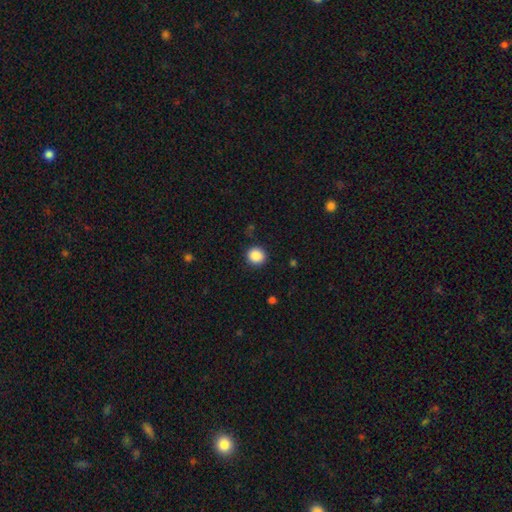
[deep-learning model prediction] This is clearly a smooth galaxy (88%). How rounded: clearly round (89%). Merging: clearly none (89%).